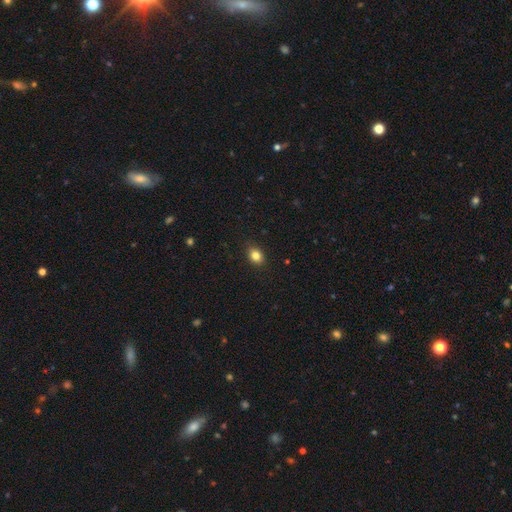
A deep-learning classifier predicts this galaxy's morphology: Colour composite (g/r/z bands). It shows a smooth galaxy with no disk features (84%) that is in between round and cigar-shaped (58%). Merging: none (88%).